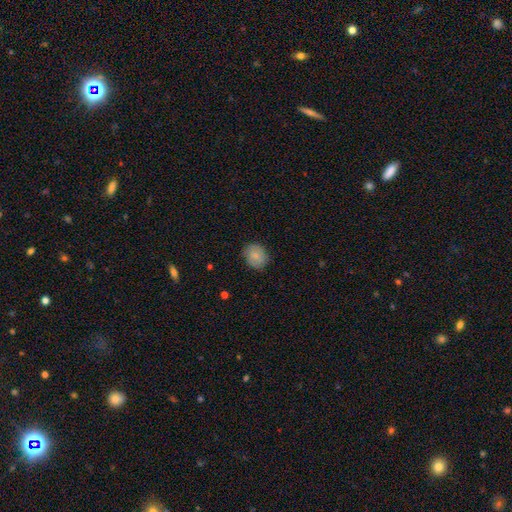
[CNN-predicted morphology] Smooth or featured? Predicted: smooth (p=0.80). How rounded? Predicted: round (p=0.56). Merging? Predicted: none (p=0.83).